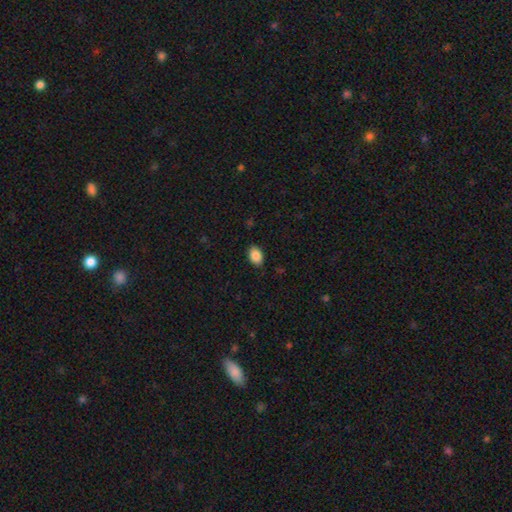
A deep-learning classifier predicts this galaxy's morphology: Q: Smooth or featured?
A: smooth (87%); runner-up: star or artifact (8%)
Q: How rounded?
A: in between (87%); runner-up: round (12%)
Q: Merging?
A: none (88%); runner-up: minor disturbance (9%)